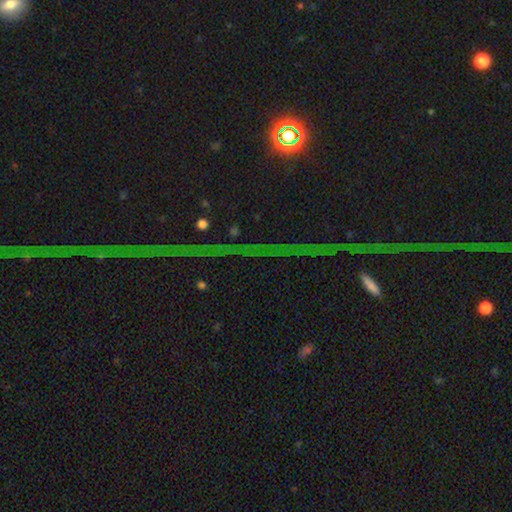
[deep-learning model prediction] This is clearly a star or artifact rather than a galaxy (82%).